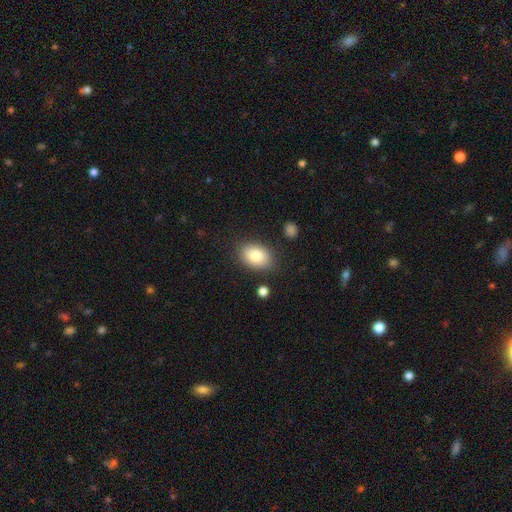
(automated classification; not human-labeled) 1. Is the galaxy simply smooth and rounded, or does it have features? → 83% smooth, 9% featured or disk, 7% star or artifact.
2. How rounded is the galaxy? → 83% in between, 16% round, 1% cigar-shaped.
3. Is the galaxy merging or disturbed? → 82% none, 12% minor disturbance, 3% major disturbance, 2% merger.